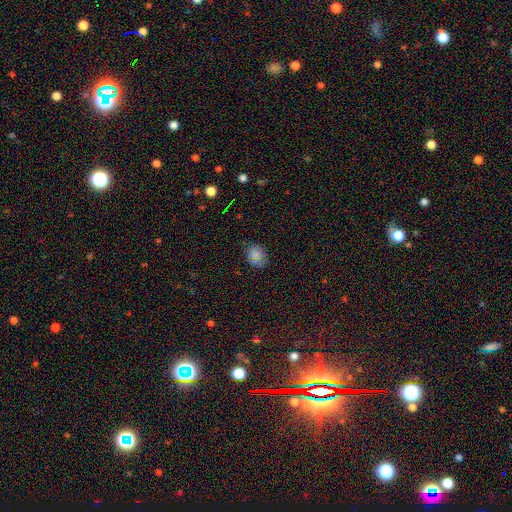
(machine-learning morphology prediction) This is likely a smooth galaxy (72%). How rounded: possibly in between (57%). Merging: clearly none (82%).